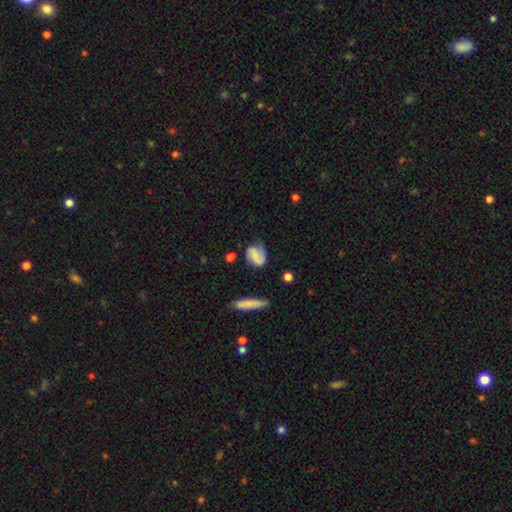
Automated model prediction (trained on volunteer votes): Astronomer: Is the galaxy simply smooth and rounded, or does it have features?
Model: featured or disk — 46% (runner-up: smooth, 45%).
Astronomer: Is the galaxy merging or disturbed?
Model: none — 61%.